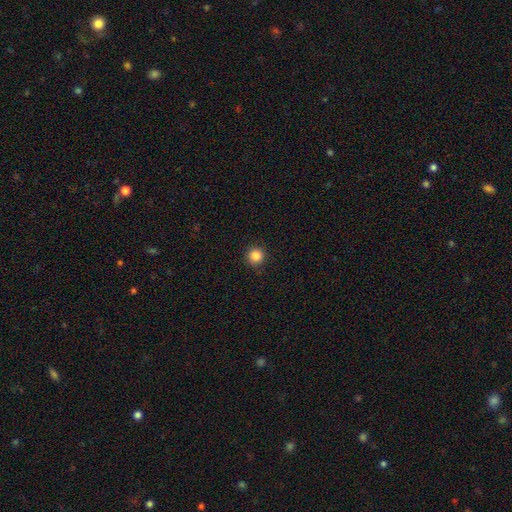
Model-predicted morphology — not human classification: smooth 86%, star or artifact 11%, featured or disk 3%. Down the decision tree: how rounded — round (95%); merging — none (92%).